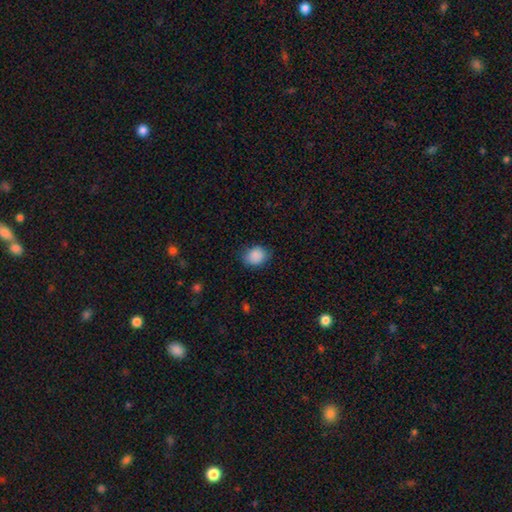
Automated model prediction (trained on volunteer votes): The model was most divided on "how rounded": round: 57%, in between: 42%, cigar-shaped: 1%. More confident: smooth or featured — smooth (88%); merging — none (78%).